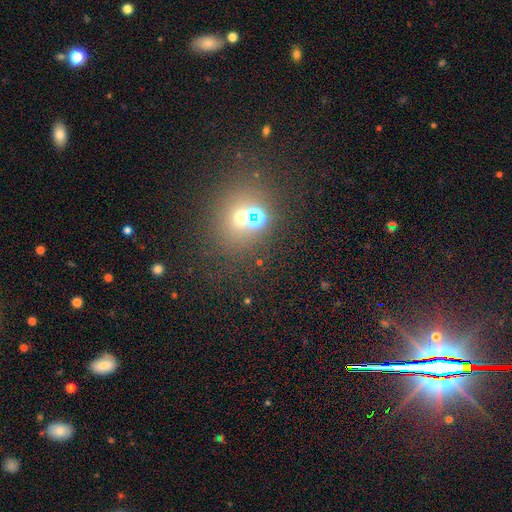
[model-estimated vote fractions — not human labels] smooth-or-featured: star or artifact: 44% | smooth: 38% | featured or disk: 18%